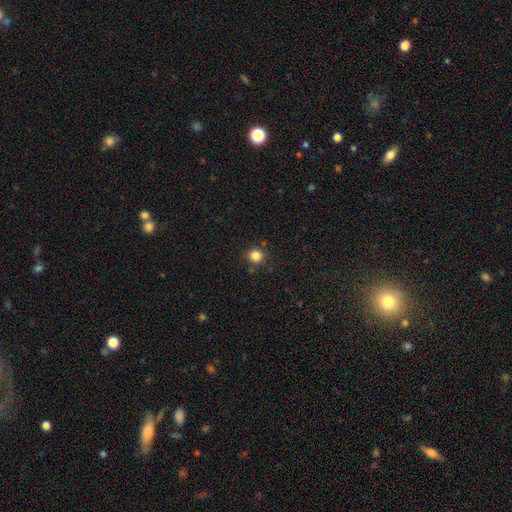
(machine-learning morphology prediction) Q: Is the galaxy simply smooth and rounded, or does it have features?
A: smooth — 83%.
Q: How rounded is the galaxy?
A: round — 90%.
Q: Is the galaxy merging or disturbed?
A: none — 85%.